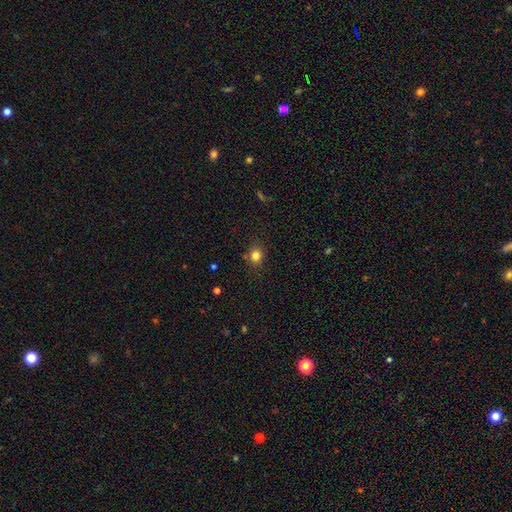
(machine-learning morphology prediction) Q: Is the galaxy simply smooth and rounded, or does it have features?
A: smooth — 81%.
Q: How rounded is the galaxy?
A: round — 71%.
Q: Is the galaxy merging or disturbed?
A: none — 80%.